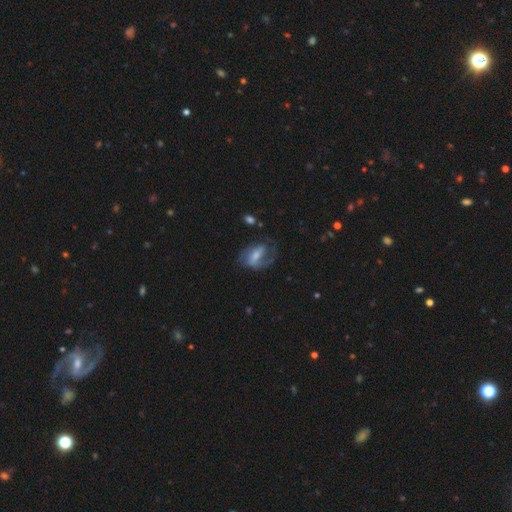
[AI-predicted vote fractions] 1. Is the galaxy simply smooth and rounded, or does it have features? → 65% featured or disk, 28% smooth, 7% star or artifact.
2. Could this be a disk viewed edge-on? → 95% no, 5% yes.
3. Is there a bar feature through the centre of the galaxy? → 41% weak, 35% strong, 24% no.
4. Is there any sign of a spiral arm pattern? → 79% yes, 21% no.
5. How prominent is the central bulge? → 39% moderate, 38% small, 11% none, 10% large, 2% dominant.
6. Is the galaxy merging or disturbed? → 47% none, 28% major disturbance, 22% minor disturbance, 3% merger.